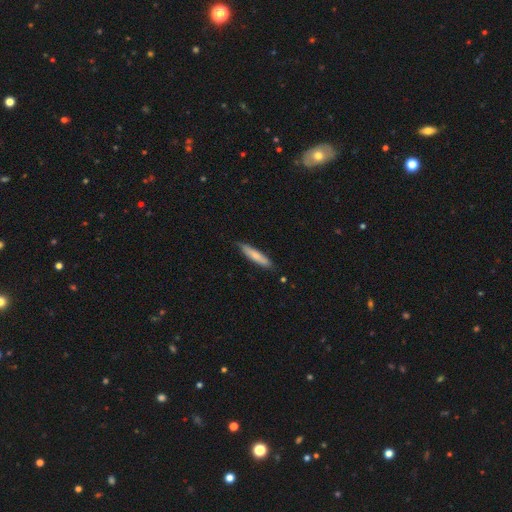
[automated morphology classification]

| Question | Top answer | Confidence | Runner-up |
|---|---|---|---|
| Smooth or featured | smooth | 75% | featured or disk (19%) |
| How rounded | cigar-shaped | 86% | in between (13%) |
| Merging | none | 79% | minor disturbance (17%) |